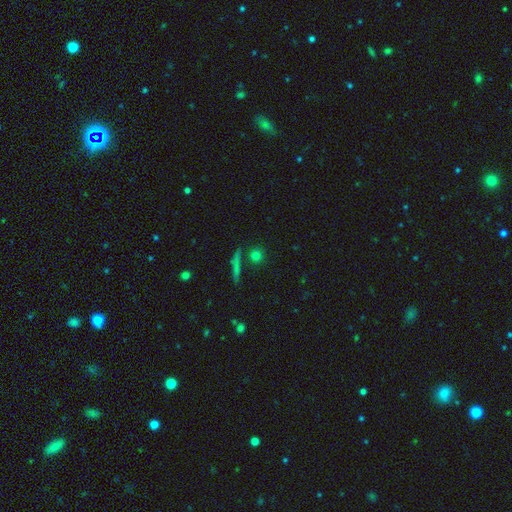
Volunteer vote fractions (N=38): Morphology: type=smooth (89%); roundness=round (94%); merging=none (94%).